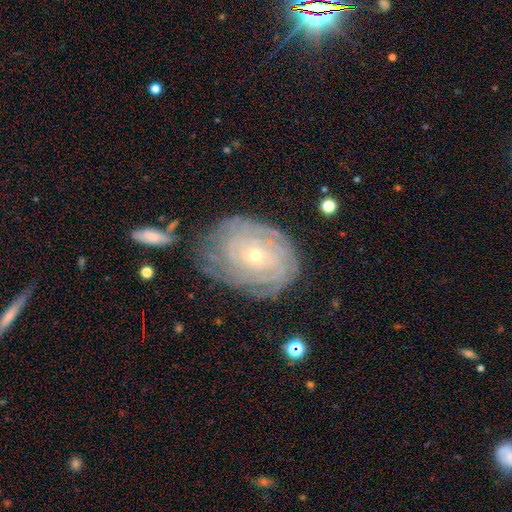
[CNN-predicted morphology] Q: Smooth or featured?
A: featured or disk (85%); runner-up: smooth (9%)
Q: Edge-on disk?
A: no (97%); runner-up: yes (3%)
Q: Bar?
A: no (79%); runner-up: weak (16%)
Q: Spiral arms?
A: yes (96%); runner-up: no (4%)
Q: Spiral winding?
A: tight (87%); runner-up: medium (11%)
Q: Spiral arm count?
A: can't tell (37%); runner-up: 4 (20%)
Q: Bulge size?
A: small (75%); runner-up: moderate (22%)
Q: Merging?
A: none (73%); runner-up: minor disturbance (18%)